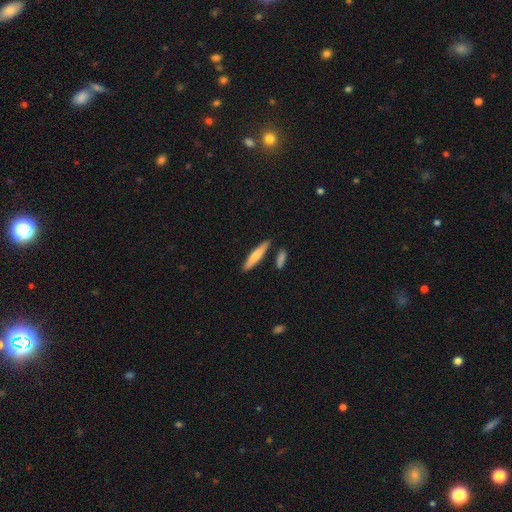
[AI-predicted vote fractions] smooth 69%, featured or disk 26%, star or artifact 5%. Down the decision tree: how rounded — cigar-shaped (88%); merging — none (83%).